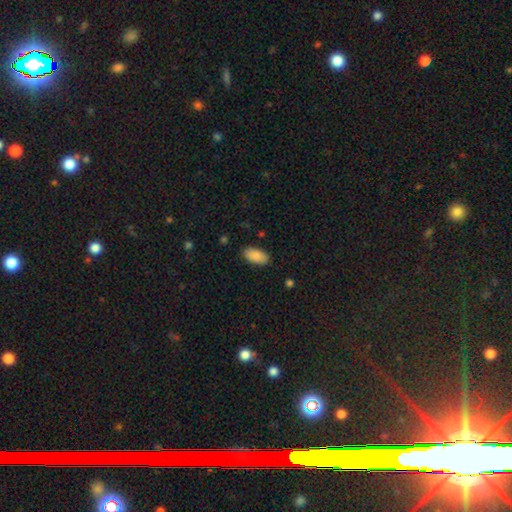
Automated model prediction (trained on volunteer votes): Morphology: type=smooth (89%); roundness=in between (94%); merging=none (87%).